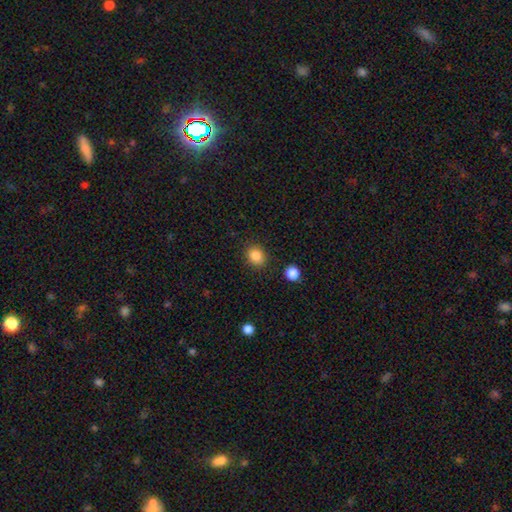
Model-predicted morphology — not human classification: smooth-or-featured: smooth: 86% | star or artifact: 10% | featured or disk: 4%
  how-rounded: round: 59% | in between: 40% | cigar-shaped: 1%
  merging: none: 87% | minor disturbance: 9% | major disturbance: 3% | merger: 2%